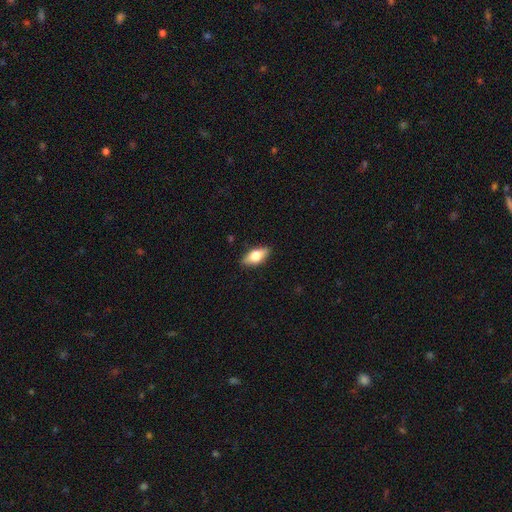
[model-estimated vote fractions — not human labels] Q: Smooth or featured?
A: smooth (62%); runner-up: featured or disk (31%)
Q: How rounded?
A: in between (82%); runner-up: cigar-shaped (13%)
Q: Merging?
A: none (87%); runner-up: minor disturbance (10%)